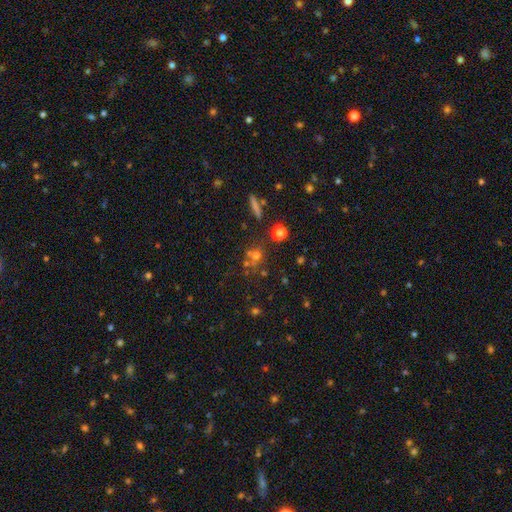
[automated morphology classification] Smooth or featured? smooth (58%)
How rounded? round (83%)
Merging? none (59%)